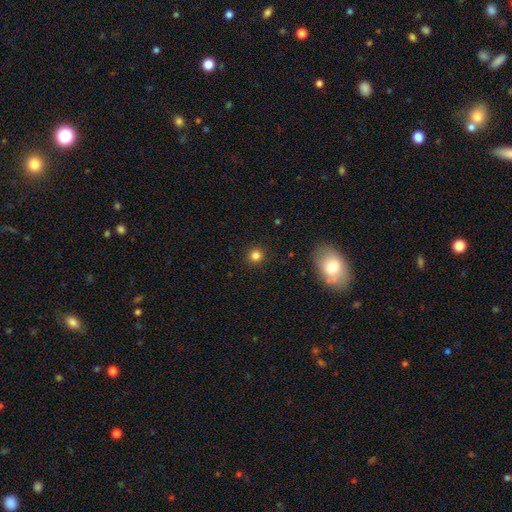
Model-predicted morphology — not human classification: smooth-or-featured: smooth: 82% | star or artifact: 13% | featured or disk: 4%
  how-rounded: round: 94% | in between: 5% | cigar-shaped: 1%
  merging: none: 91% | minor disturbance: 6% | major disturbance: 2% | merger: 1%